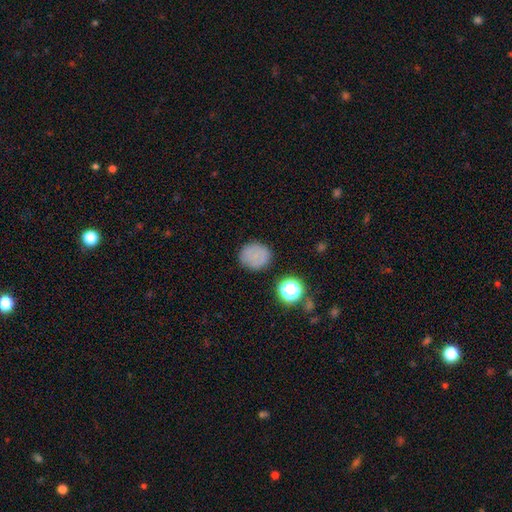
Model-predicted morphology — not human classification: Q: Smooth or featured?
A: smooth (76%); runner-up: star or artifact (14%)
Q: How rounded?
A: round (86%); runner-up: in between (13%)
Q: Merging?
A: none (82%); runner-up: minor disturbance (12%)